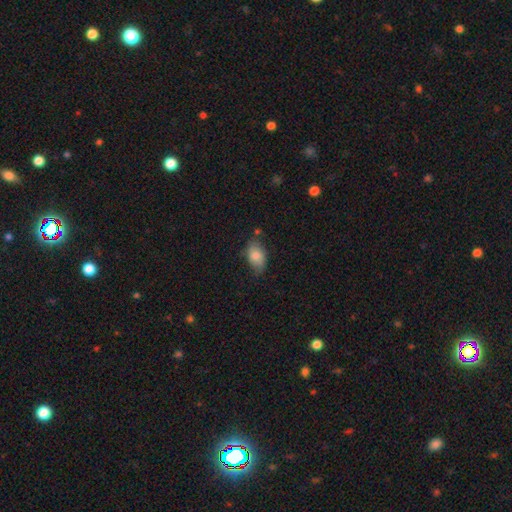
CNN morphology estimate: smooth-or-featured: smooth: 79% | featured or disk: 14% | star or artifact: 7%
  how-rounded: in between: 90% | round: 9% | cigar-shaped: 2%
  merging: none: 65% | minor disturbance: 26% | major disturbance: 6% | merger: 3%